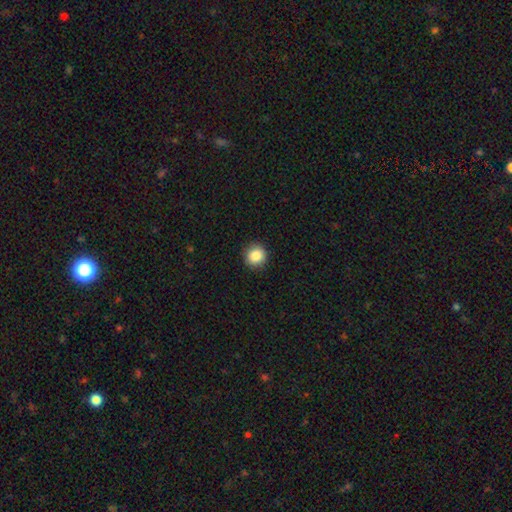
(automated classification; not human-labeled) The model was most divided on "smooth or featured": smooth: 87%, star or artifact: 9%, featured or disk: 4%. More confident: how rounded — round (92%); merging — none (91%).